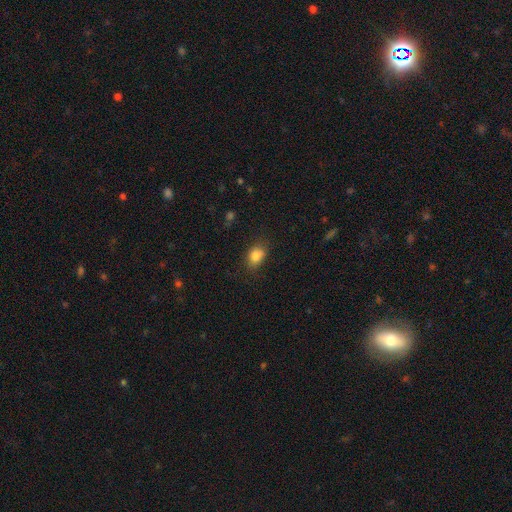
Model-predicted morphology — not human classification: Overall: smooth (83%). How rounded: in between (62%; round 36%). Merging: none (74%).